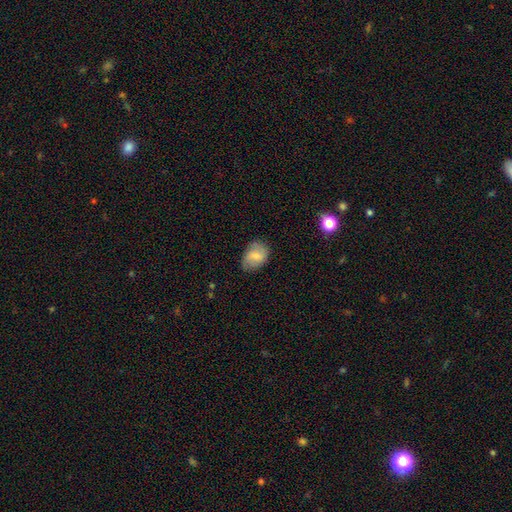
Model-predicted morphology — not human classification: Overall: smooth (64%; featured or disk 28%). How rounded: in between (73%). Merging: none (71%).